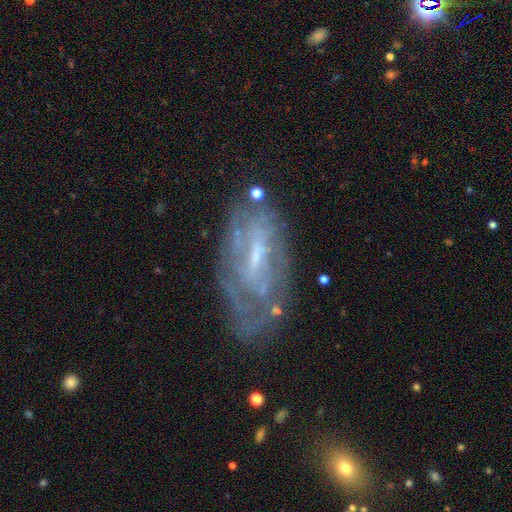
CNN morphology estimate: Smooth or featured? Predicted: featured or disk (p=0.74). Edge-on disk? Predicted: no (p=0.90). Bar? Predicted: weak (p=0.48). Spiral arms? Predicted: yes (p=0.65). Bulge size? Predicted: small (p=0.56). Merging? Predicted: none (p=0.59).